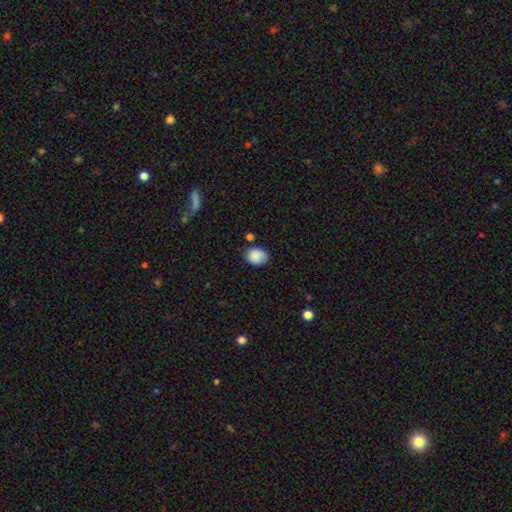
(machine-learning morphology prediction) Q: Smooth or featured?
A: smooth (88%); runner-up: star or artifact (8%)
Q: How rounded?
A: in between (56%); runner-up: round (43%)
Q: Merging?
A: none (72%); runner-up: minor disturbance (19%)